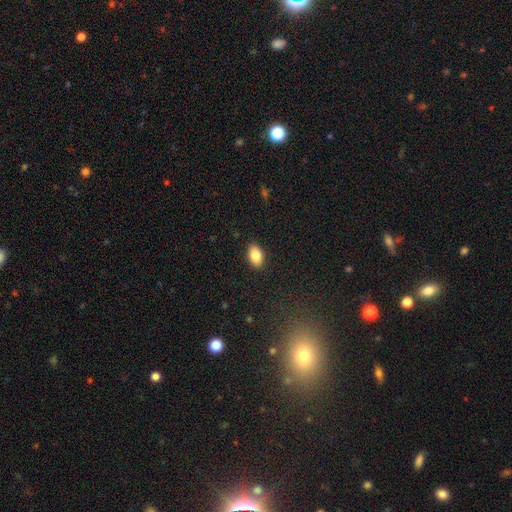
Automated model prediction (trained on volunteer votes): Smooth or featured?
  - smooth: 85% *
  - star or artifact: 7%
  - featured or disk: 7%
How rounded?
  - in between: 92% *
  - round: 6%
  - cigar-shaped: 2%
Merging?
  - none: 89% *
  - minor disturbance: 8%
  - major disturbance: 2%
  - merger: 1%